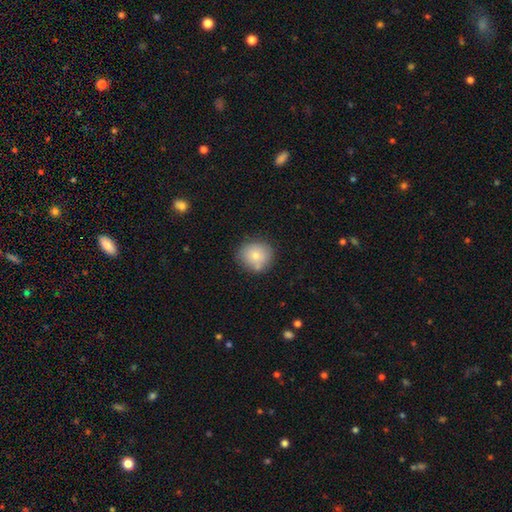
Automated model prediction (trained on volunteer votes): Smooth or featured? Predicted: smooth (p=0.78). How rounded? Predicted: round (p=0.85). Merging? Predicted: none (p=0.74).